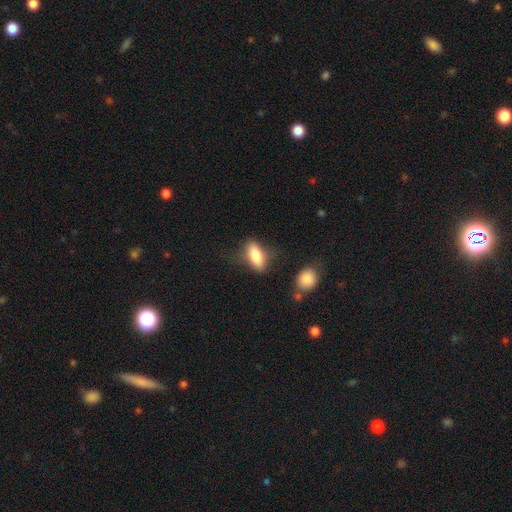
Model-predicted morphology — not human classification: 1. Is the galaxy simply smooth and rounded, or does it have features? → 79% smooth, 14% featured or disk, 7% star or artifact.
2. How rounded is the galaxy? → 79% in between, 18% cigar-shaped, 4% round.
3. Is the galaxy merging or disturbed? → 66% none, 21% minor disturbance, 9% major disturbance, 5% merger.